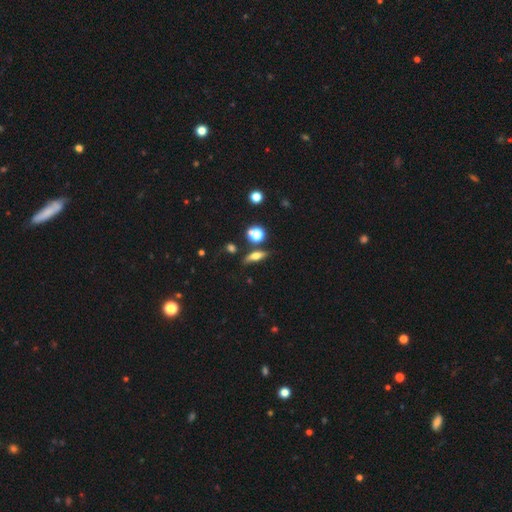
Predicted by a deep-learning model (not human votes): smooth_or_featured: smooth (p=0.57) [alt: featured or disk p=0.30]
how_rounded: in between (p=0.45) [alt: cigar-shaped p=0.44]
merging: none (p=0.71) [alt: minor disturbance p=0.16]